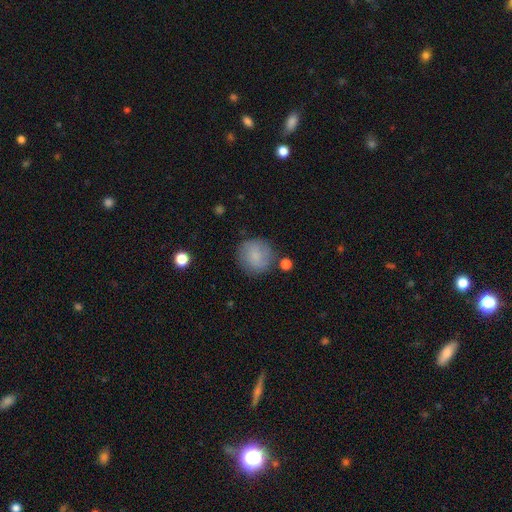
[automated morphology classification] smooth_or_featured: smooth (p=0.77) [alt: featured or disk p=0.15]
how_rounded: round (p=0.92) [alt: in between p=0.07]
merging: none (p=0.78) [alt: minor disturbance p=0.14]